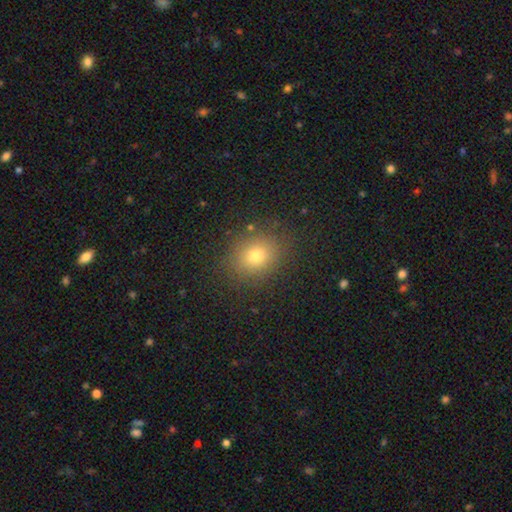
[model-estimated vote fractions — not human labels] A smooth galaxy with no disk features (77%) that is round (58%).

Vote fractions:
- Smooth or featured? smooth: 77% / star or artifact: 14% / featured or disk: 9%
- How rounded? round: 58% / in between: 41% / cigar-shaped: 1%
- Merging? none: 85% / minor disturbance: 10% / major disturbance: 3% / merger: 1%